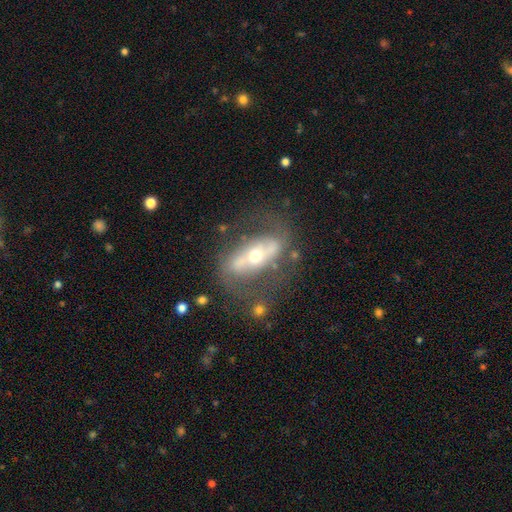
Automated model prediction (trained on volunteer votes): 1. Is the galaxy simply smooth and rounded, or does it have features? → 73% featured or disk, 20% smooth, 7% star or artifact.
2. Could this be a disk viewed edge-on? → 87% no, 13% yes.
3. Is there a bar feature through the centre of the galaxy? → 42% strong, 36% no, 22% weak.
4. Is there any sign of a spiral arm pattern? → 62% yes, 38% no.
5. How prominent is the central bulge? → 64% moderate, 27% small, 6% large, 1% dominant, 1% none.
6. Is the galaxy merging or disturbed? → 64% none, 18% minor disturbance, 14% major disturbance, 5% merger.